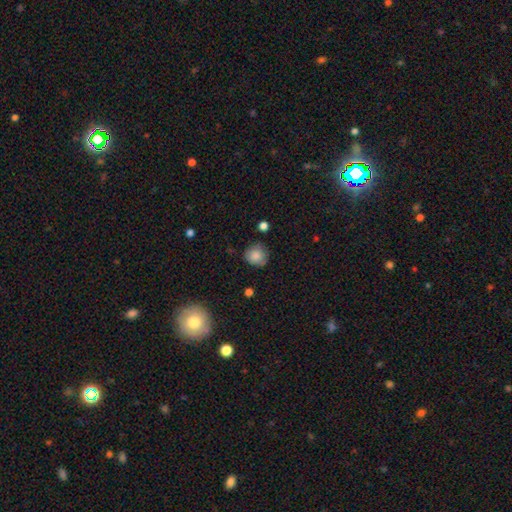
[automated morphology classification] Q: Smooth or featured?
A: smooth (85%); runner-up: star or artifact (9%)
Q: How rounded?
A: round (85%); runner-up: in between (14%)
Q: Merging?
A: none (74%); runner-up: minor disturbance (20%)